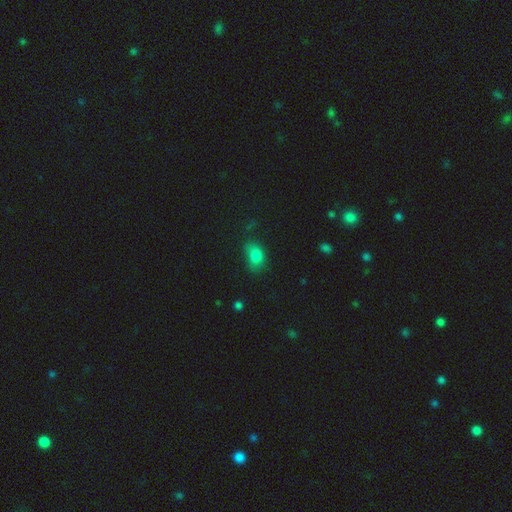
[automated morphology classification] smooth 81%, star or artifact 12%, featured or disk 7%. Down the decision tree: how rounded — in between (77%); merging — none (54%).